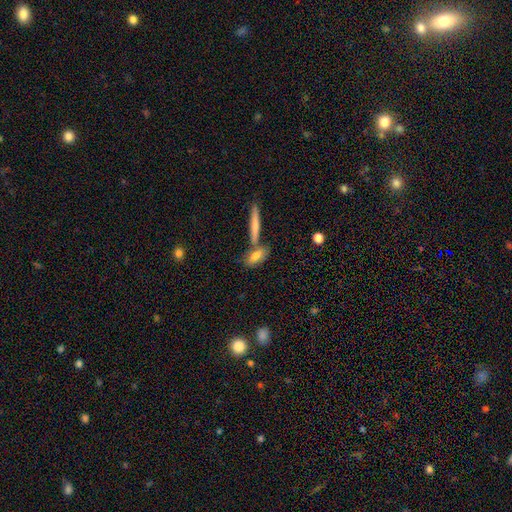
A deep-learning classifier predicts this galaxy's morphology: smooth-or-featured: smooth: 71% | featured or disk: 22% | star or artifact: 7%
  how-rounded: in between: 64% | cigar-shaped: 32% | round: 5%
  merging: none: 57% | merger: 27% | minor disturbance: 12% | major disturbance: 4%